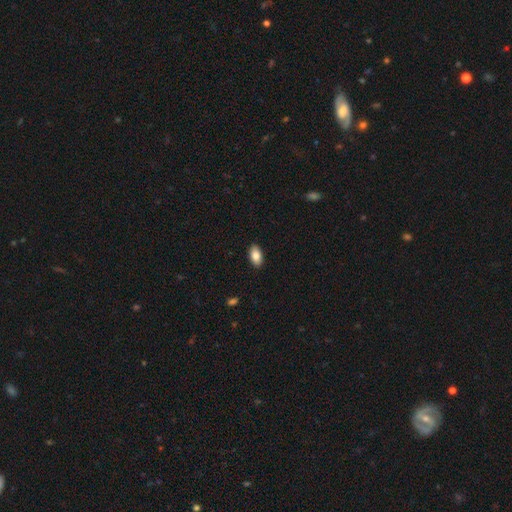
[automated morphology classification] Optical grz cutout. It shows a smooth galaxy with no disk features (85%) that is in between round and cigar-shaped (94%). Merging: none (90%).